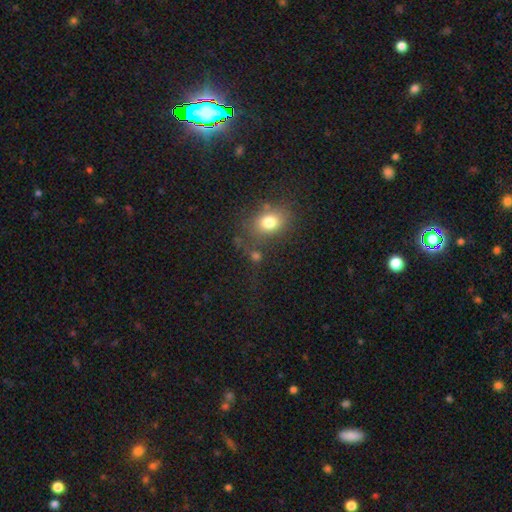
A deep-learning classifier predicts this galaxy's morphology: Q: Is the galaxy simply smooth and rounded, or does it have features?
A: smooth — 74%.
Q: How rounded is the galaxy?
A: in between — 50%.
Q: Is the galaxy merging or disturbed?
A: none — 65%.